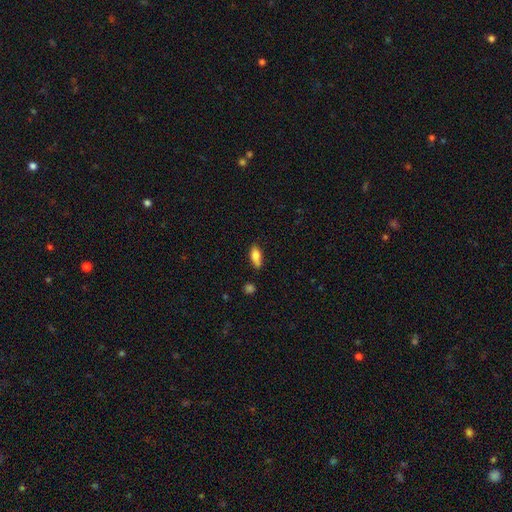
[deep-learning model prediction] Smooth or featured?
  - smooth: 78% *
  - featured or disk: 15%
  - star or artifact: 7%
How rounded?
  - in between: 80% *
  - cigar-shaped: 16%
  - round: 3%
Merging?
  - none: 69% *
  - minor disturbance: 23%
  - major disturbance: 4%
  - merger: 4%